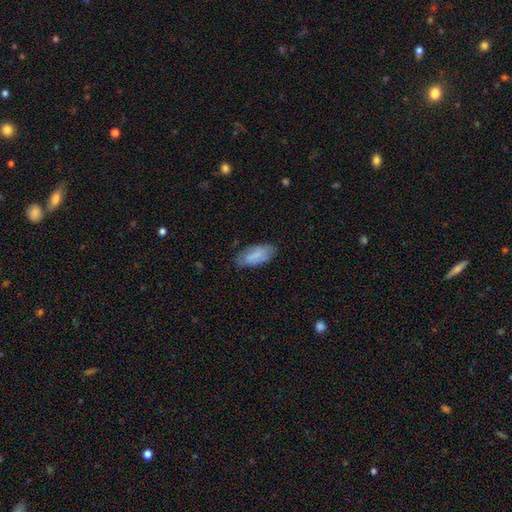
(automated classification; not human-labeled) A smooth galaxy with no disk features (74%) that is in between round and cigar-shaped (91%).

Vote fractions:
- Smooth or featured? smooth: 74% / featured or disk: 20% / star or artifact: 7%
- How rounded? in between: 91% / cigar-shaped: 7% / round: 2%
- Merging? none: 73% / minor disturbance: 21% / major disturbance: 5% / merger: 1%